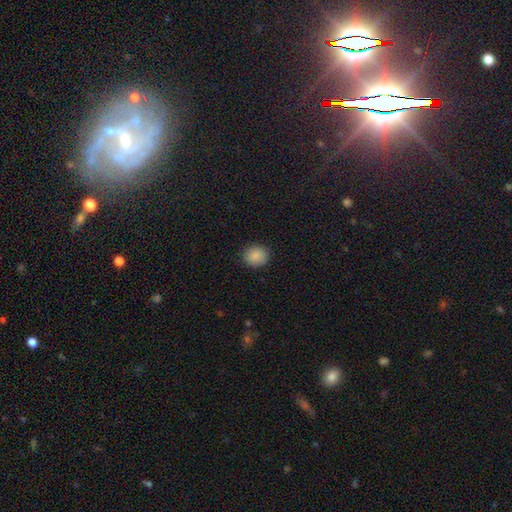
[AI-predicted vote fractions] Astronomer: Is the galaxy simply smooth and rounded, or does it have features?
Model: smooth — 88%.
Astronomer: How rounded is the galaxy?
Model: round — 77%.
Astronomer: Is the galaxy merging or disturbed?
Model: none — 90%.